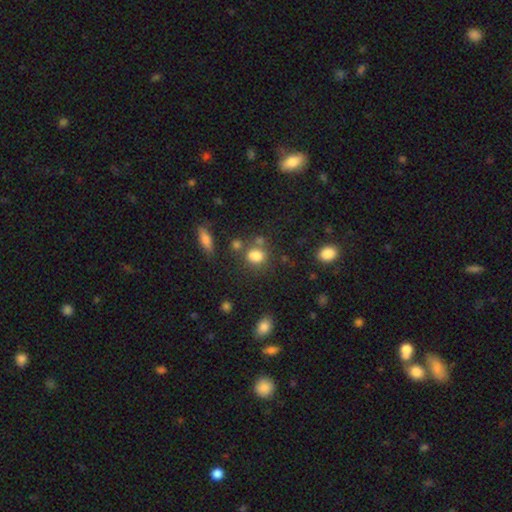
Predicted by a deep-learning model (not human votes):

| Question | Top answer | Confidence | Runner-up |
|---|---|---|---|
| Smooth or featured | smooth | 79% | star or artifact (13%) |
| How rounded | in between | 52% | round (46%) |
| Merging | none | 59% | merger (19%) |